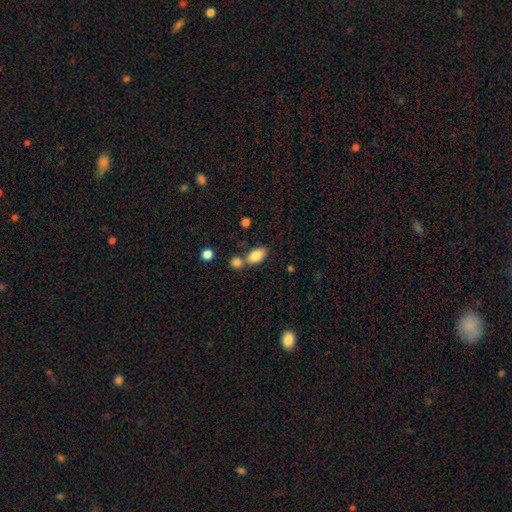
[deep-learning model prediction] Morphology: type=smooth (84%); roundness=in between (89%); merging=none (56%).